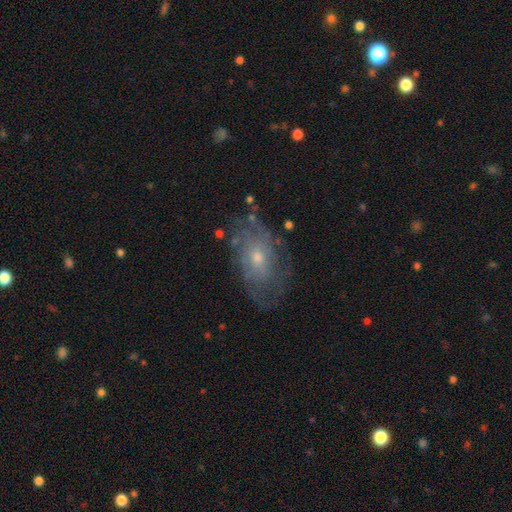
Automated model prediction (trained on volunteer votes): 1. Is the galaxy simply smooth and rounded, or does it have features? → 63% featured or disk, 26% smooth, 10% star or artifact.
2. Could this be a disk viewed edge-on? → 93% no, 7% yes.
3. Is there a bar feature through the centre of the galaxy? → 80% no, 17% weak, 3% strong.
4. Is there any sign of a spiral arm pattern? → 67% yes, 33% no.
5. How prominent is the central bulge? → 54% small, 41% moderate, 2% large, 2% none, 1% dominant.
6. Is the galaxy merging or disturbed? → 69% none, 20% minor disturbance, 10% major disturbance, 2% merger.